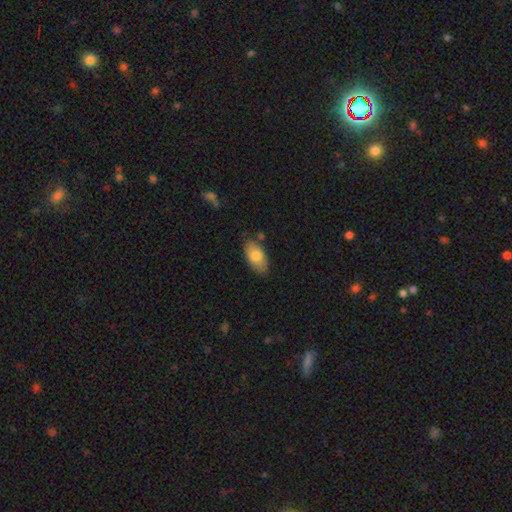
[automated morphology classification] This appears to be a smooth galaxy with no disk features (79%) that is in between round and cigar-shaped (94%). Merging: none (76%).